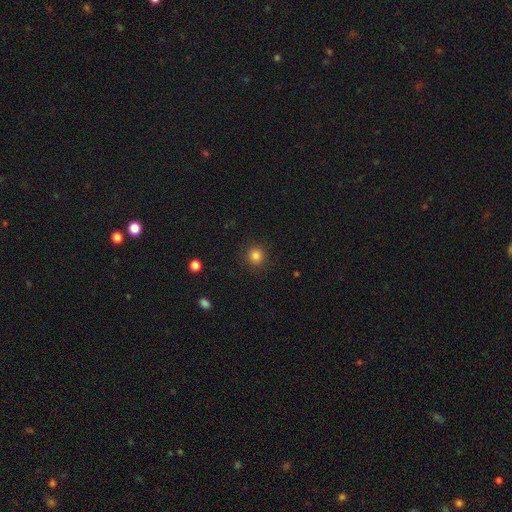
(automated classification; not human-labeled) Smooth or featured: smooth — 83% (star or artifact — 12%)
How rounded: round — 92% (in between — 7%)
Merging: none — 89% (minor disturbance — 7%)